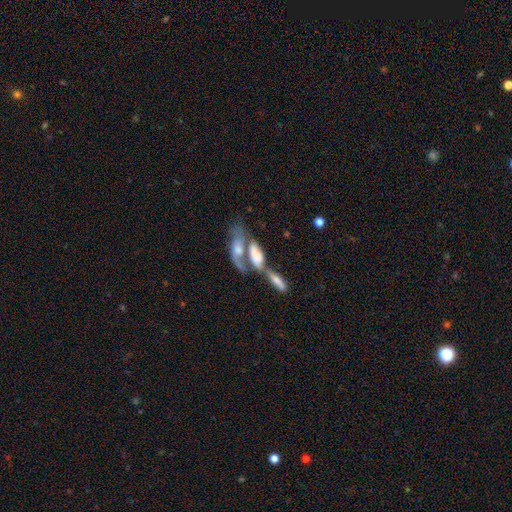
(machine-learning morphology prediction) A smooth galaxy with no disk features (48%). Merging: merger (69%).